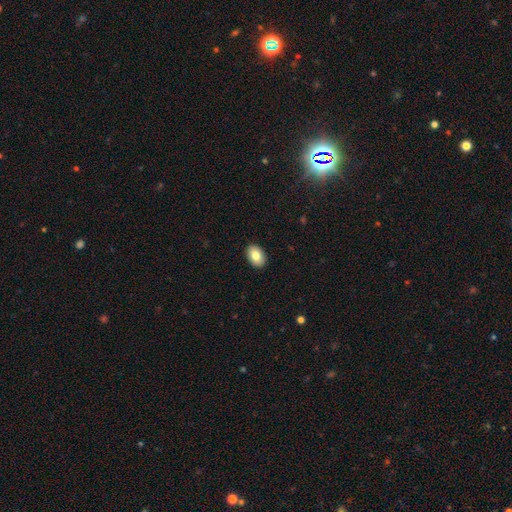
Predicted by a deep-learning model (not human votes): Morphology: type=smooth (82%); roundness=in between (87%); merging=none (91%).